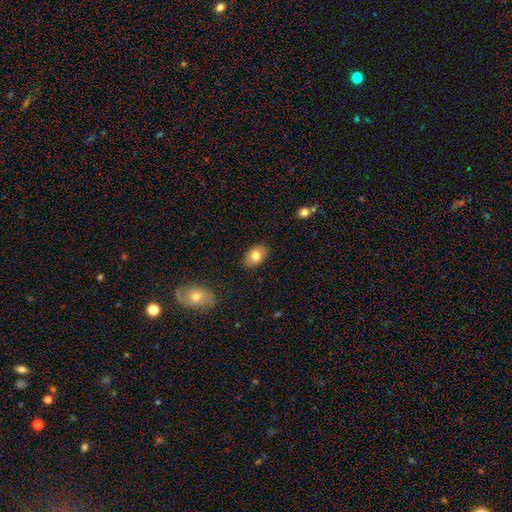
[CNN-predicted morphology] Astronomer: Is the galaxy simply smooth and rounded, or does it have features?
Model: smooth — 78%.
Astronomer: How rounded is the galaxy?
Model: in between — 85%.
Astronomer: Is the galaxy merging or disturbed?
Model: none — 87%.